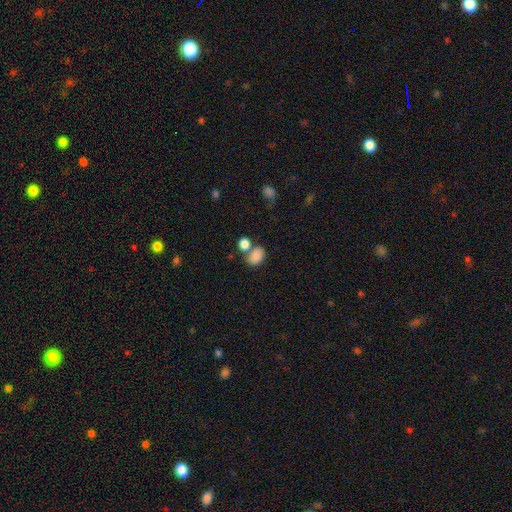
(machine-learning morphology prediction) A smooth galaxy with no disk features (83%) that is in between round and cigar-shaped (71%). Merging: none (42%).